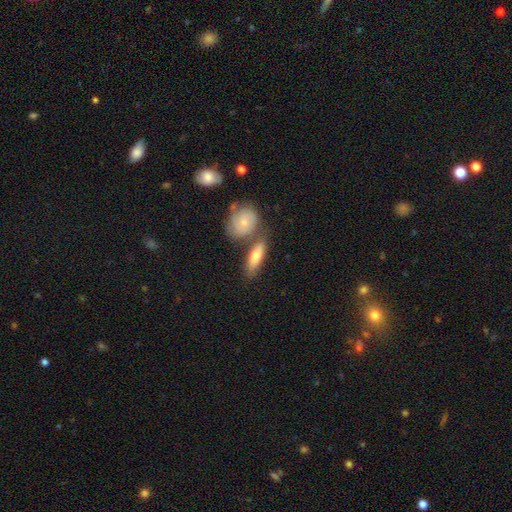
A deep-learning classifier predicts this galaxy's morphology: Smooth or featured: smooth — 64% (featured or disk — 29%)
How rounded: in between — 60% (cigar-shaped — 36%)
Merging: none — 57% (merger — 27%)